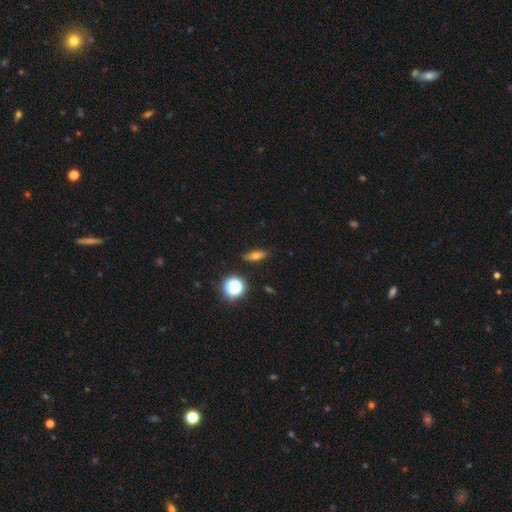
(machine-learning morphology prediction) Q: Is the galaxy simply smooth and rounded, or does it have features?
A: smooth — 63%.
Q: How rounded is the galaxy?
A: in between — 51%.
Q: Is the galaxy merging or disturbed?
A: none — 87%.